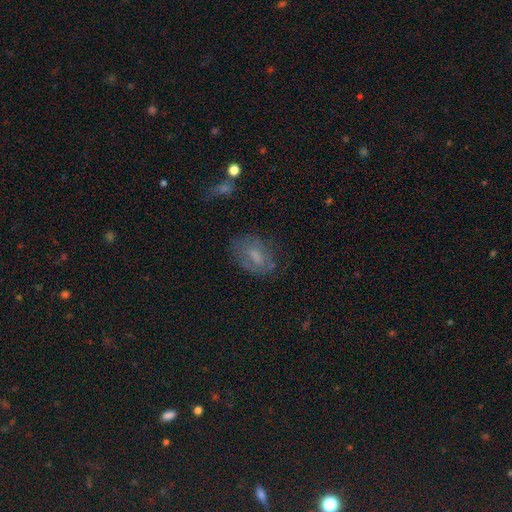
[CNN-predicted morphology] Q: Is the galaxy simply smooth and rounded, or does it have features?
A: smooth — 52%.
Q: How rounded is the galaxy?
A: in between — 83%.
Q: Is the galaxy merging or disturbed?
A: none — 60%.